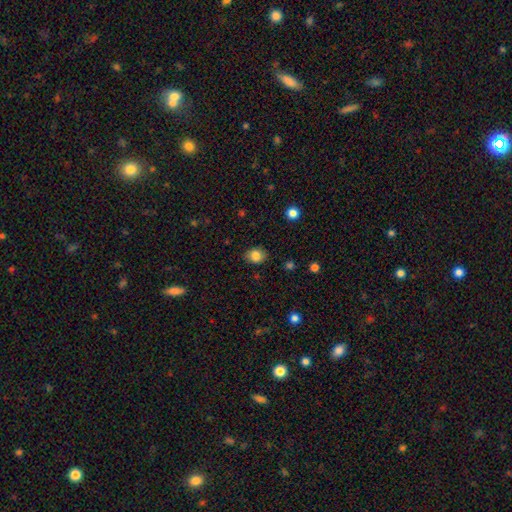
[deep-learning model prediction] smooth 83%, star or artifact 9%, featured or disk 7%. Down the decision tree: how rounded — in between (53%); merging — none (84%).